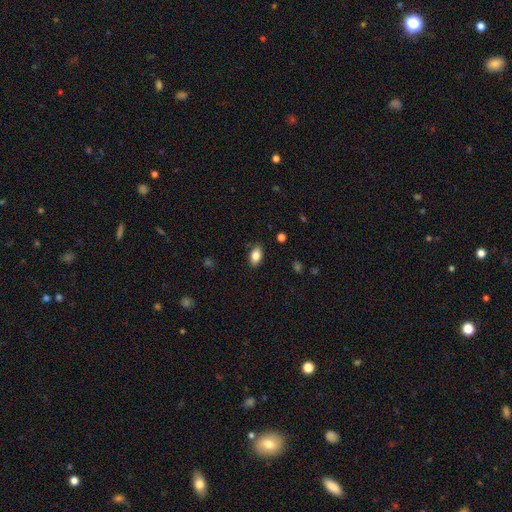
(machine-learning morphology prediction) Smooth or featured: smooth — 84% (featured or disk — 8%)
How rounded: in between — 91% (round — 6%)
Merging: none — 86% (minor disturbance — 10%)